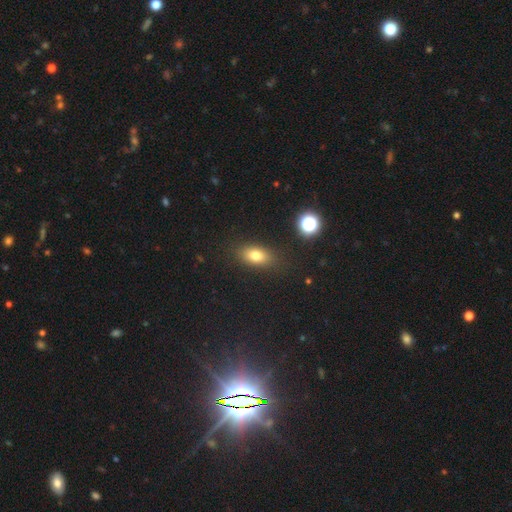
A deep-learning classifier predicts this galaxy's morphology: Smooth or featured?
  - smooth: 77% *
  - star or artifact: 13%
  - featured or disk: 10%
How rounded?
  - in between: 81% *
  - round: 13%
  - cigar-shaped: 6%
Merging?
  - none: 84% *
  - minor disturbance: 11%
  - major disturbance: 3%
  - merger: 2%